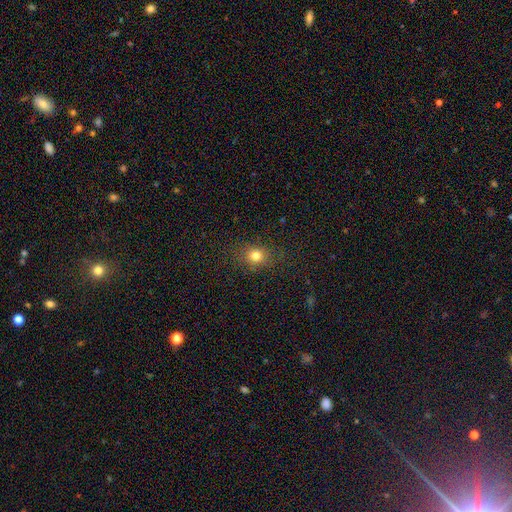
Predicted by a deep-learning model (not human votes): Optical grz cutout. It shows a smooth galaxy with no disk features (78%) that is round (65%). Merging: none (85%).